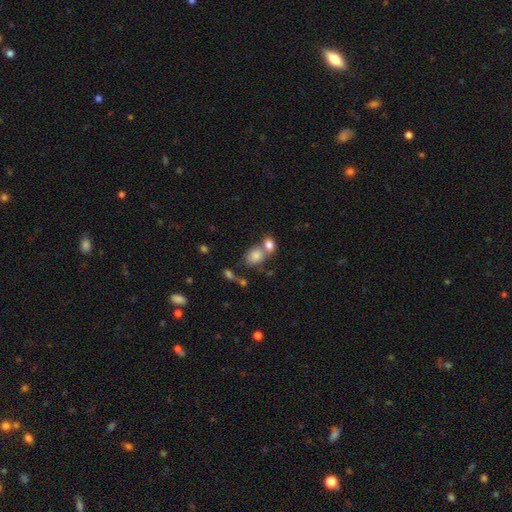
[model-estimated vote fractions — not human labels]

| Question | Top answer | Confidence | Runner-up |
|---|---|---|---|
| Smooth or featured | smooth | 81% | star or artifact (10%) |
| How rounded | in between | 53% | round (46%) |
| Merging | merger | 43% | none (41%) |